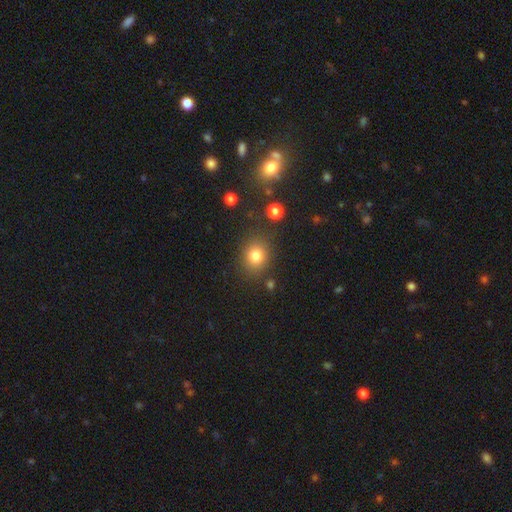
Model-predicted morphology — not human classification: Smooth or featured?
  - smooth: 80% *
  - star or artifact: 13%
  - featured or disk: 7%
How rounded?
  - round: 72% *
  - in between: 27%
  - cigar-shaped: 1%
Merging?
  - none: 83% *
  - minor disturbance: 10%
  - major disturbance: 4%
  - merger: 4%